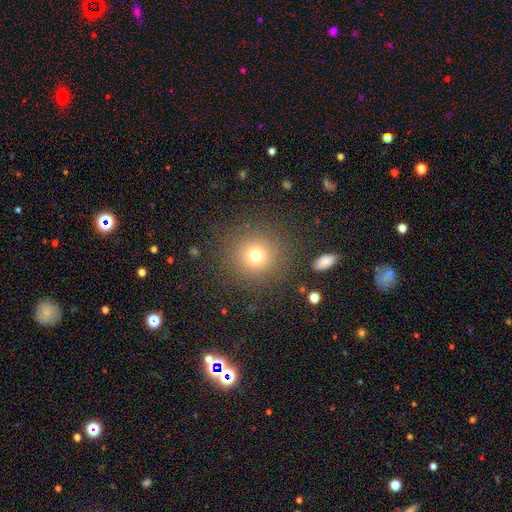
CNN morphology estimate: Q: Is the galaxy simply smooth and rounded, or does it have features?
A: smooth — 73%.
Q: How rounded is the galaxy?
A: round — 93%.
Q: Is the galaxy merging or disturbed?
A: none — 87%.